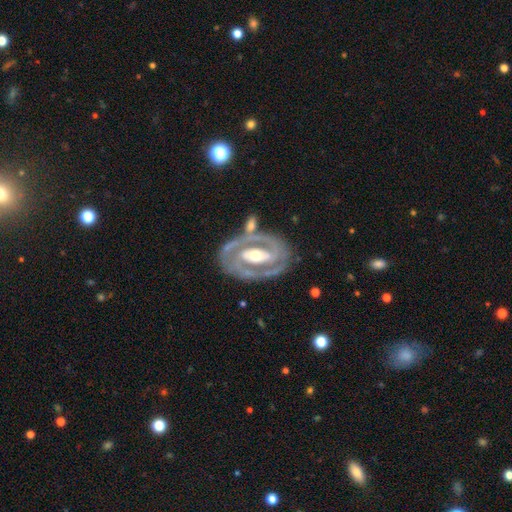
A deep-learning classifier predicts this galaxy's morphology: Smooth or featured?
  - featured or disk: 86% *
  - smooth: 10%
  - star or artifact: 4%
Edge-on disk?
  - no: 95% *
  - yes: 5%
Bar?
  - strong: 43% *
  - no: 29%
  - weak: 28%
Spiral arms?
  - yes: 79% *
  - no: 21%
Spiral winding?
  - tight: 60% *
  - medium: 31%
  - loose: 9%
Spiral arm count?
  - 2: 76% *
  - can't tell: 11%
  - 1: 7%
  - 3: 4%
  - 4: 1%
  - more than 4: 1%
Bulge size?
  - moderate: 67% *
  - small: 19%
  - large: 12%
  - dominant: 1%
  - none: 1%
Merging?
  - none: 70% *
  - minor disturbance: 16%
  - major disturbance: 7%
  - merger: 7%